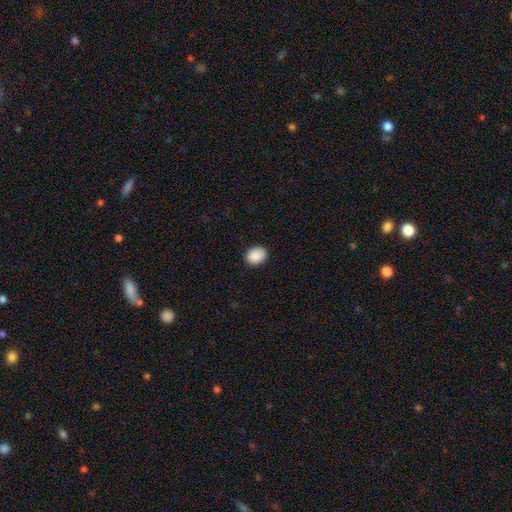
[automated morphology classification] This is clearly a smooth galaxy (90%). How rounded: possibly in between (58%). Merging: clearly none (88%).